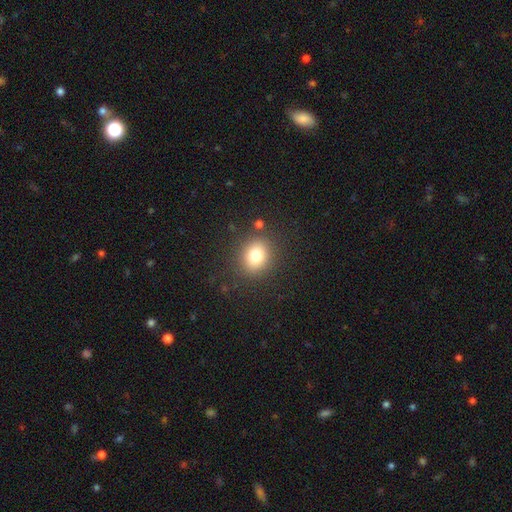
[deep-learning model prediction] Overall: smooth (79%). How rounded: round (66%; in between 33%). Merging: none (85%).